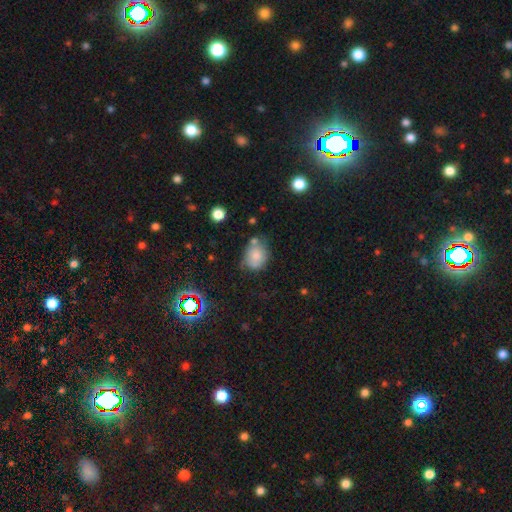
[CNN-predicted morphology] Smooth or featured? smooth (74%)
How rounded? round (50%)
Merging? none (48%)